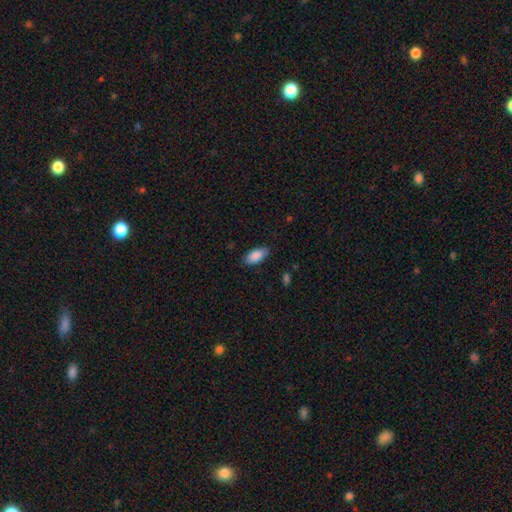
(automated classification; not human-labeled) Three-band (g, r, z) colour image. It shows a smooth galaxy with no disk features (88%) that is in between round and cigar-shaped (91%). Merging: none (84%).